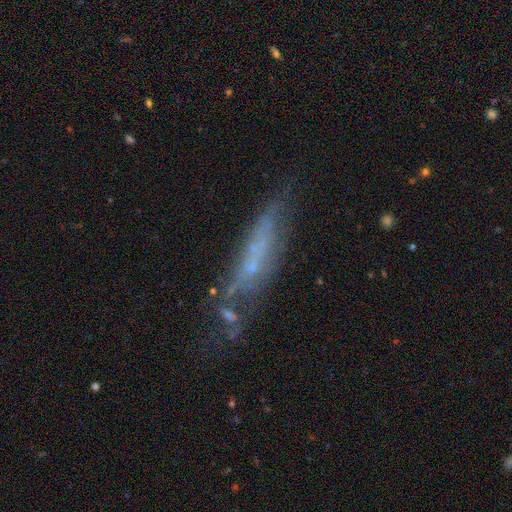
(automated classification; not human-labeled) The model was most divided on "edge-on disk": yes: 59%, no: 41%. More confident: smooth or featured — featured or disk (53%); merging — none (51%).